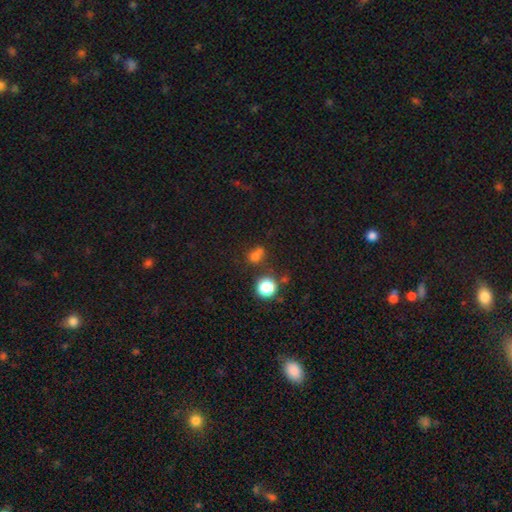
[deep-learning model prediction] smooth 64%, star or artifact 26%, featured or disk 10%. Down the decision tree: how rounded — round (69%); merging — none (47%).